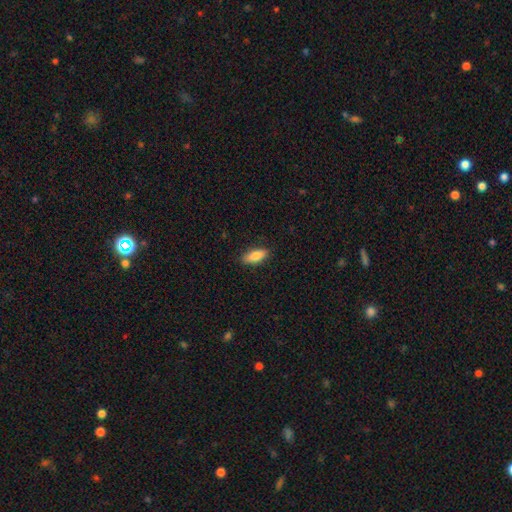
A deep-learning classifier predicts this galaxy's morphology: smooth_or_featured: smooth (p=0.82) [alt: featured or disk p=0.12]
how_rounded: in between (p=0.77) [alt: cigar-shaped p=0.21]
merging: none (p=0.87) [alt: minor disturbance p=0.10]